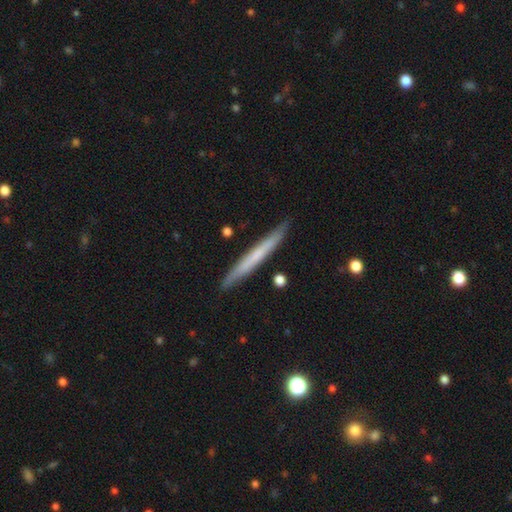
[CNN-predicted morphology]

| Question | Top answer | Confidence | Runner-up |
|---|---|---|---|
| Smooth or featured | smooth | 53% | featured or disk (42%) |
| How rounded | cigar-shaped | 97% | in between (2%) |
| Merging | none | 88% | minor disturbance (9%) |